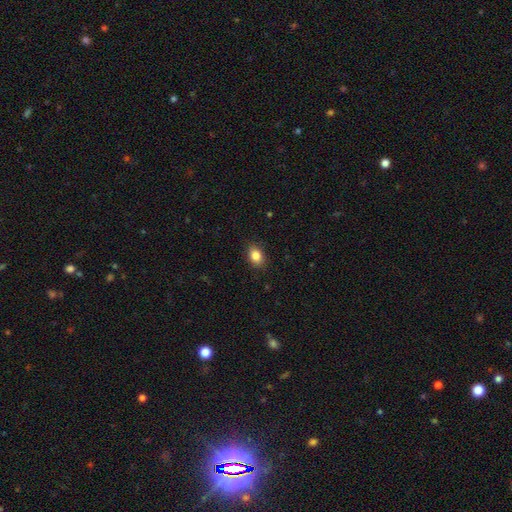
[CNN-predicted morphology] smooth 85%, star or artifact 9%, featured or disk 6%. Down the decision tree: how rounded — in between (75%); merging — none (86%).